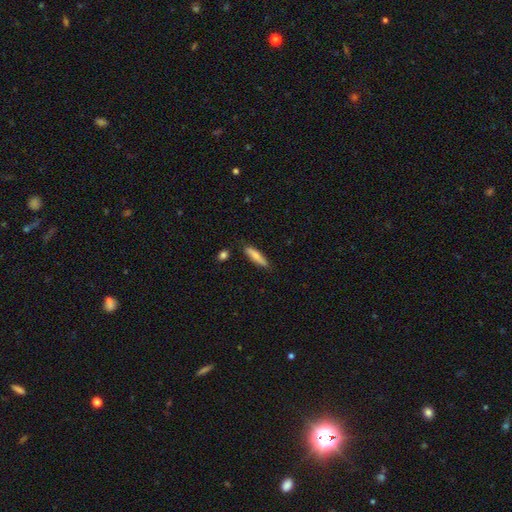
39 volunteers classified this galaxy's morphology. smooth 77%, featured or disk 18%, star or artifact 5%. Down the decision tree: how rounded — cigar-shaped (87%); merging — none (89%).